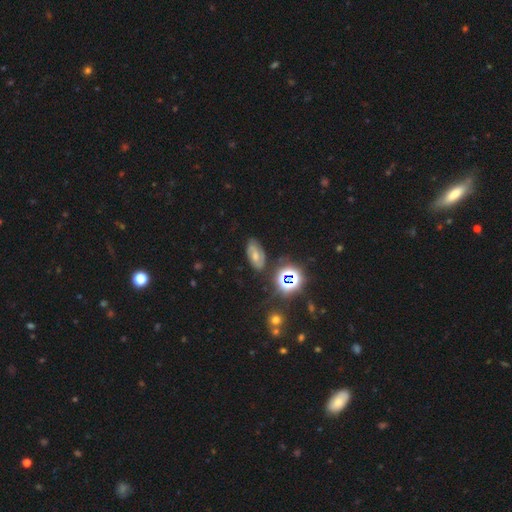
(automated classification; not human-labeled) Smooth or featured? Predicted: featured or disk (p=0.46). Merging? Predicted: none (p=0.76).